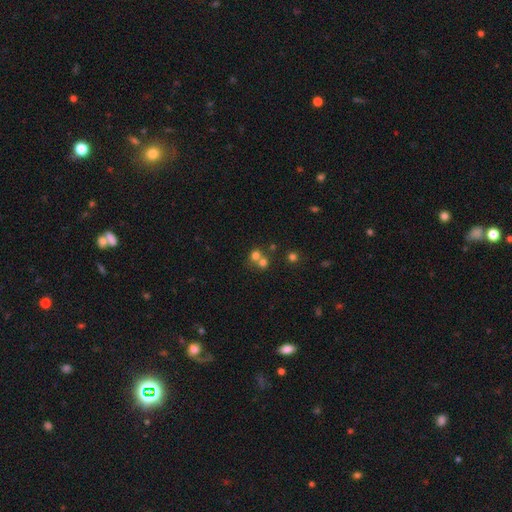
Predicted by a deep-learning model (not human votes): The model was most divided on "merging": merger: 51%, none: 41%, minor disturbance: 5%, major disturbance: 3%. More confident: how rounded — round (82%); smooth or featured — smooth (68%).